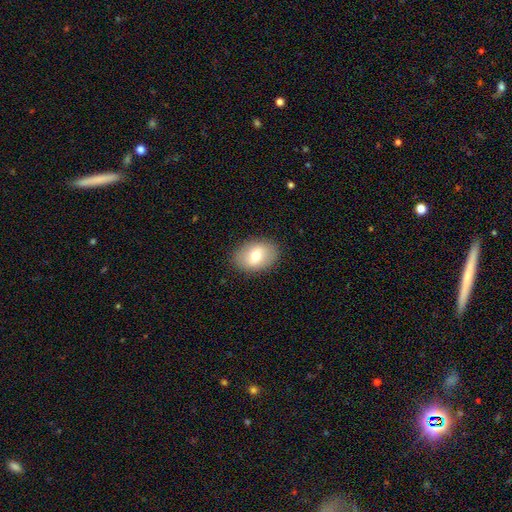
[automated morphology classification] smooth_or_featured: smooth (p=0.70) [alt: featured or disk p=0.23]
how_rounded: in between (p=0.77) [alt: round p=0.22]
merging: none (p=0.88) [alt: minor disturbance p=0.09]